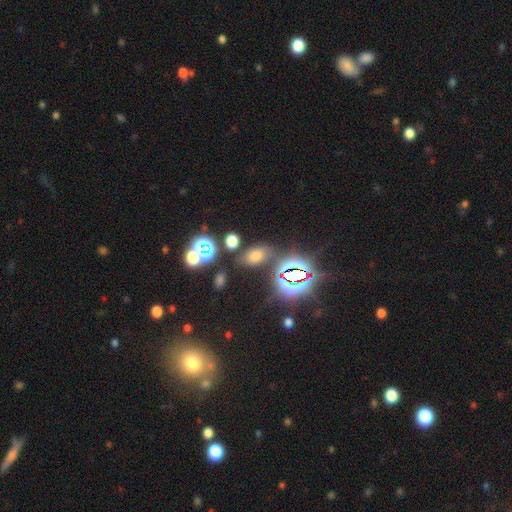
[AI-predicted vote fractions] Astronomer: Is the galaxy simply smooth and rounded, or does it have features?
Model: star or artifact — 45% (runner-up: smooth, 44%).